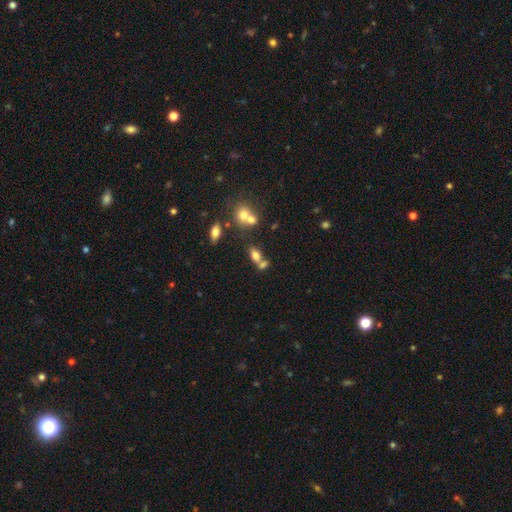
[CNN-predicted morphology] type=smooth (70%); roundness=in between (77%); merging=merger (49%).